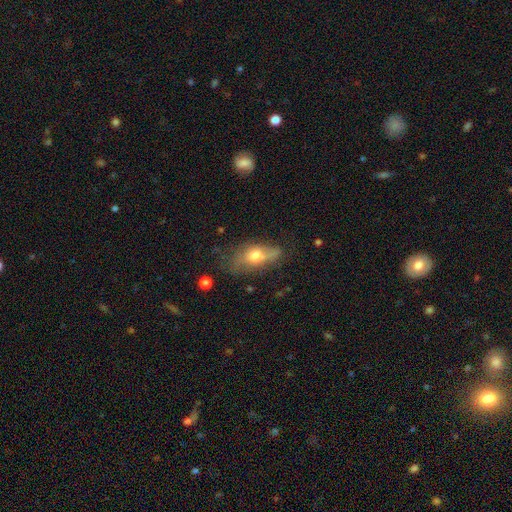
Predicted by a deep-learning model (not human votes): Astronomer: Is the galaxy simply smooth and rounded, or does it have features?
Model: smooth — 58% (runner-up: featured or disk, 33%).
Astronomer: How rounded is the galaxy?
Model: in between — 79%.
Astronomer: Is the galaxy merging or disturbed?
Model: none — 43% (runner-up: minor disturbance, 31%).